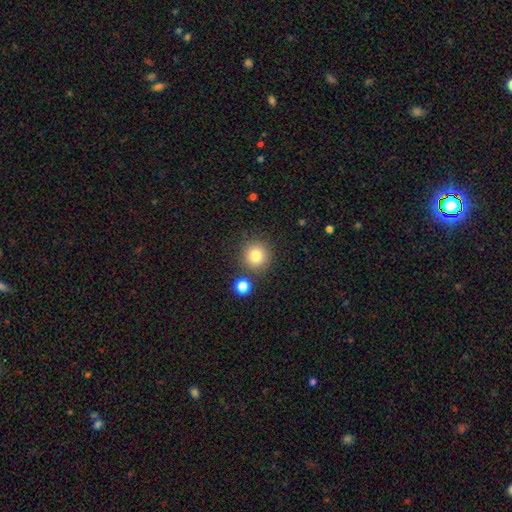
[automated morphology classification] Smooth or featured? Predicted: smooth (p=0.81). How rounded? Predicted: round (p=0.94). Merging? Predicted: none (p=0.83).